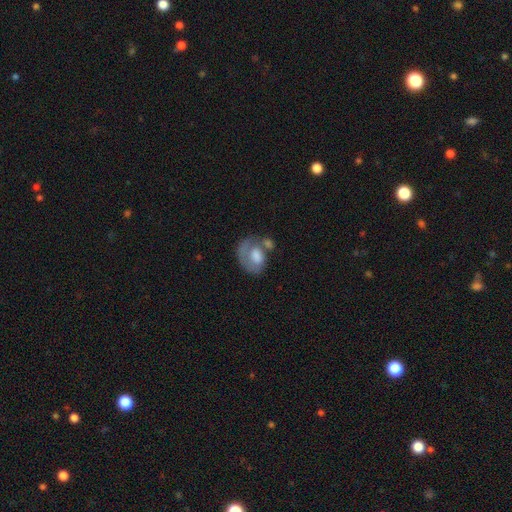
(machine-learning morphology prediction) Smooth or featured? featured or disk (49%)
Merging? none (35%)